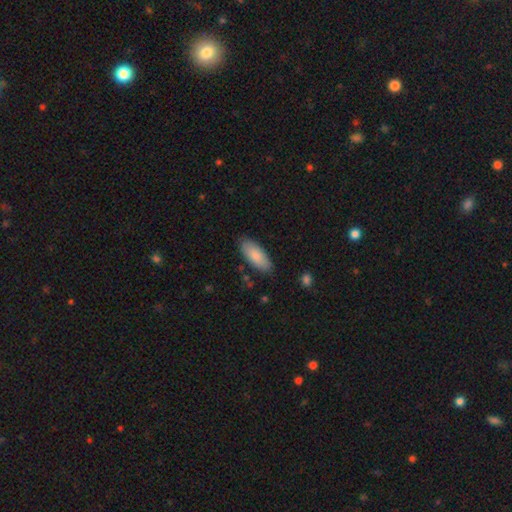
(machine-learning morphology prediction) type=smooth (84%); roundness=in between (83%); merging=none (83%).